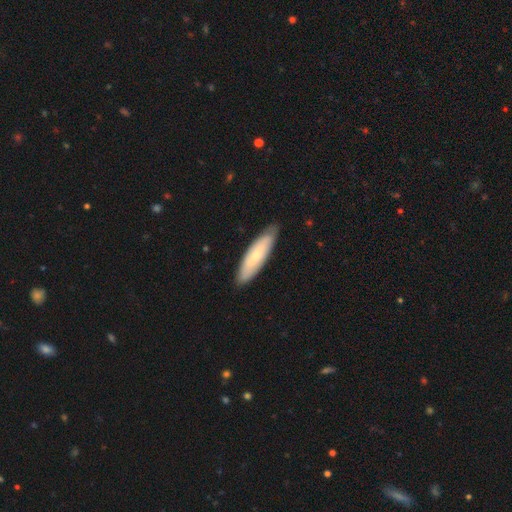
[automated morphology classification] Overall: smooth (60%; featured or disk 35%). How rounded: cigar-shaped (62%; in between 36%). Merging: none (84%).